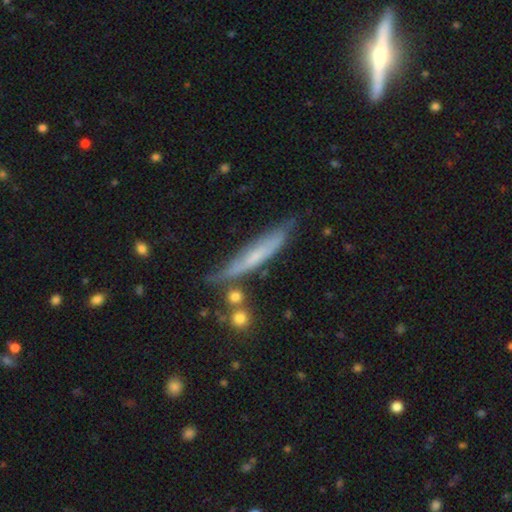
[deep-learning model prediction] The model was most divided on "smooth or featured": featured or disk: 47%, smooth: 46%, star or artifact: 7%. More confident: merging — none (66%).